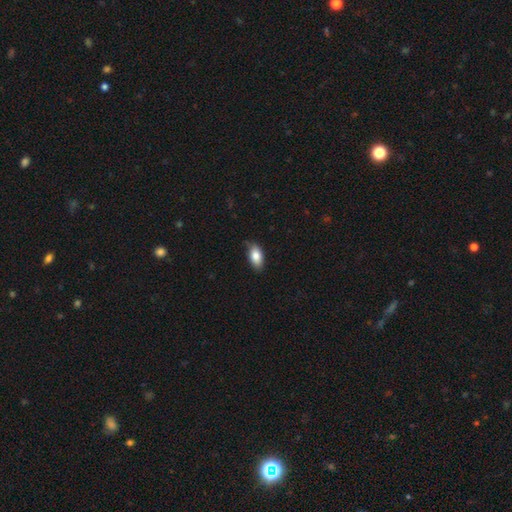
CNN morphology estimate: A smooth galaxy with no disk features (83%) that is in between round and cigar-shaped (92%).

Vote fractions:
- Smooth or featured? smooth: 83% / featured or disk: 10% / star or artifact: 7%
- How rounded? in between: 92% / round: 4% / cigar-shaped: 4%
- Merging? none: 74% / minor disturbance: 22% / major disturbance: 3% / merger: 1%